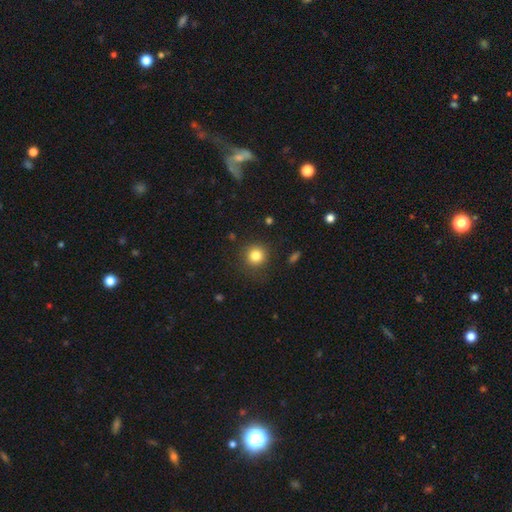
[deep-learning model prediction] A smooth galaxy with no disk features (83%) that is round (92%).

Vote fractions:
- Smooth or featured? smooth: 83% / star or artifact: 11% / featured or disk: 6%
- How rounded? round: 92% / in between: 7% / cigar-shaped: 1%
- Merging? none: 86% / minor disturbance: 9% / major disturbance: 3% / merger: 1%